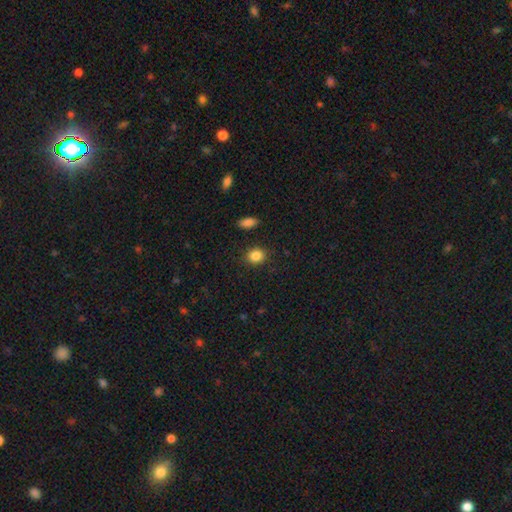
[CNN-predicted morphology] Q: Smooth or featured?
A: smooth (85%); runner-up: star or artifact (10%)
Q: How rounded?
A: round (60%); runner-up: in between (39%)
Q: Merging?
A: none (87%); runner-up: minor disturbance (8%)